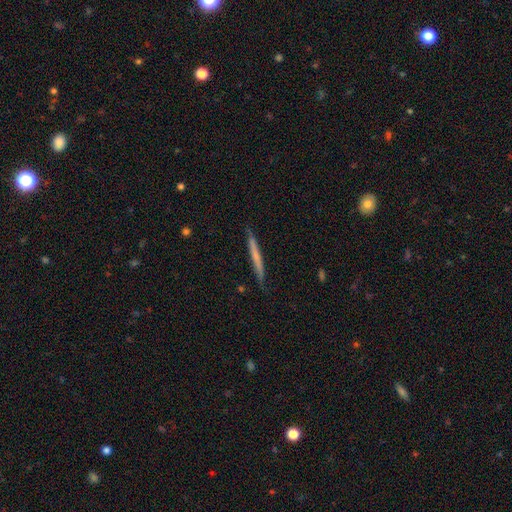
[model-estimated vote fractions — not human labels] Smooth or featured: smooth — 54% (featured or disk — 40%)
How rounded: cigar-shaped — 97% (in between — 2%)
Merging: none — 87% (minor disturbance — 10%)